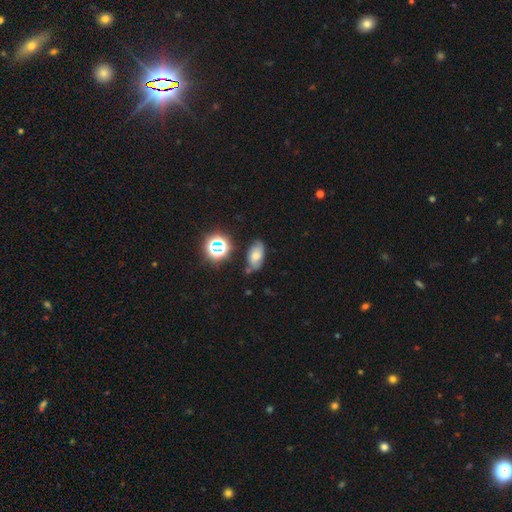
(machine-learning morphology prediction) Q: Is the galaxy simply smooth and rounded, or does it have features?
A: smooth — 55%.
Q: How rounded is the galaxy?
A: in between — 88%.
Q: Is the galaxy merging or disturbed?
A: none — 65%.